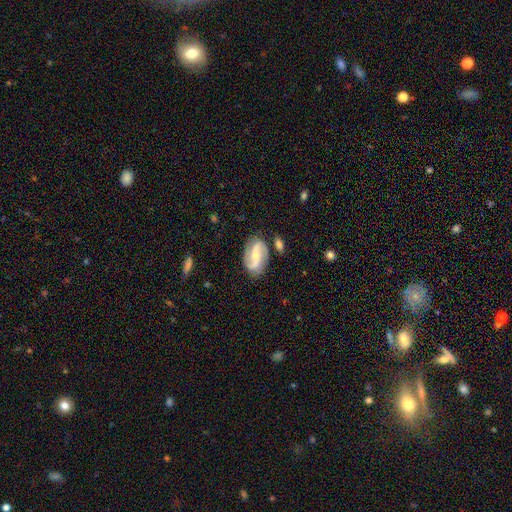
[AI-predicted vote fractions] Morphology: type=featured or disk (81%); edge-on=no (96%); bar=no (36%, tied with weak); spiral arms=yes (94%); winding=loose (46%); arm count=2 (90%); bulge=small (58%); merging=none (77%).